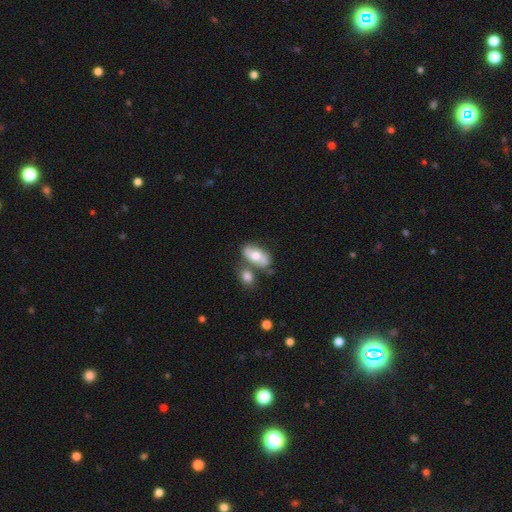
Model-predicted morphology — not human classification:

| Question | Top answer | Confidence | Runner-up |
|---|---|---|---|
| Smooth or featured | smooth | 51% | featured or disk (42%) |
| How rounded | in between | 87% | round (7%) |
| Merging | none | 55% | merger (25%) |